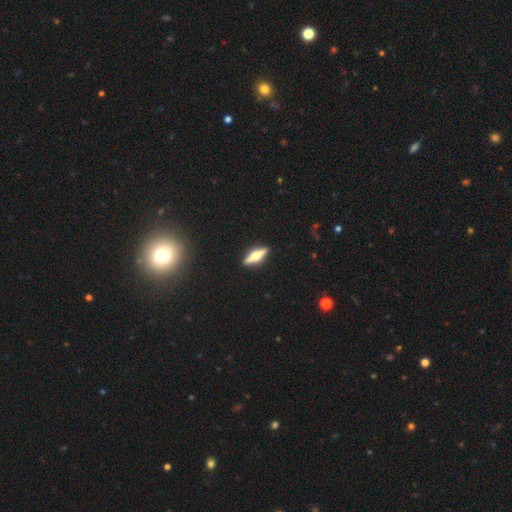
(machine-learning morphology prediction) This is likely a featured or disk galaxy (71%). It is clearly viewed edge-on (97%). Edge-on bulge: clearly rounded (94%). Merging: clearly none (90%).